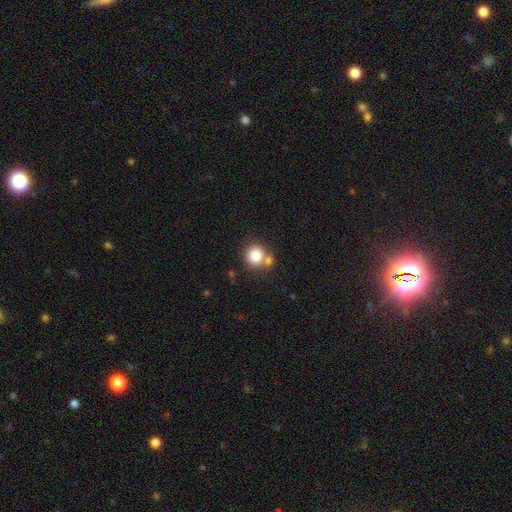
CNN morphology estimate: Smooth or featured?
  - smooth: 81% *
  - star or artifact: 10%
  - featured or disk: 9%
How rounded?
  - round: 89% *
  - in between: 10%
  - cigar-shaped: 1%
Merging?
  - none: 61% *
  - merger: 25%
  - minor disturbance: 10%
  - major disturbance: 4%